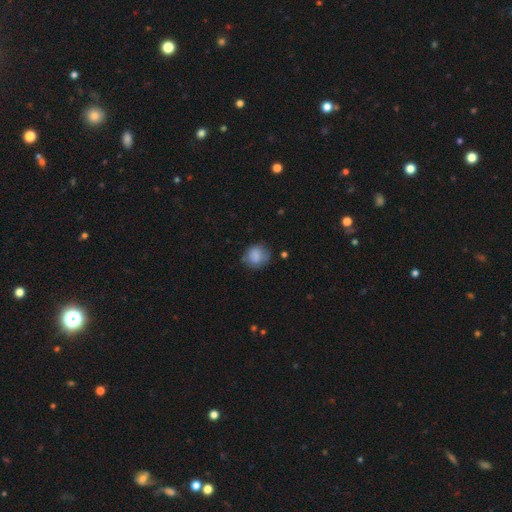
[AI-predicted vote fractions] smooth-or-featured: smooth: 82% | featured or disk: 9% | star or artifact: 8%
  how-rounded: round: 73% | in between: 26% | cigar-shaped: 1%
  merging: none: 67% | minor disturbance: 24% | major disturbance: 7% | merger: 2%